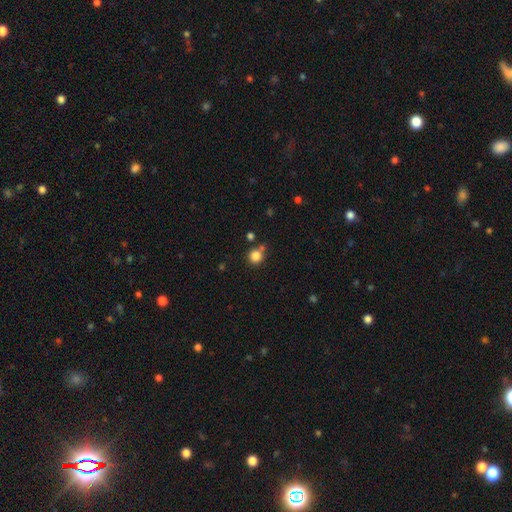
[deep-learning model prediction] The model was most divided on "merging": none: 70%, merger: 15%, minor disturbance: 11%, major disturbance: 4%. More confident: how rounded — round (92%); smooth or featured — smooth (84%).